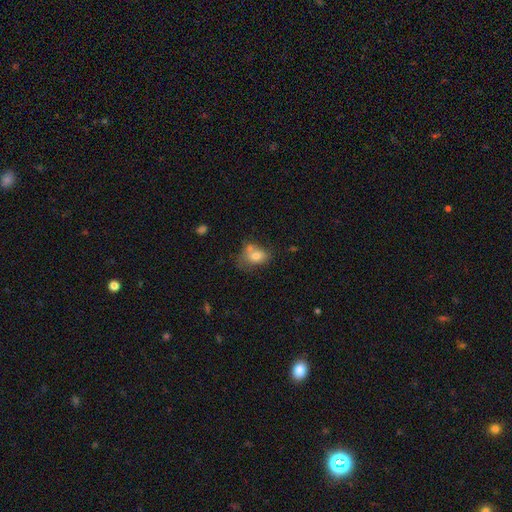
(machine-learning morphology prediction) Smooth or featured? Predicted: smooth (p=0.74). How rounded? Predicted: in between (p=0.71). Merging? Predicted: none (p=0.34).